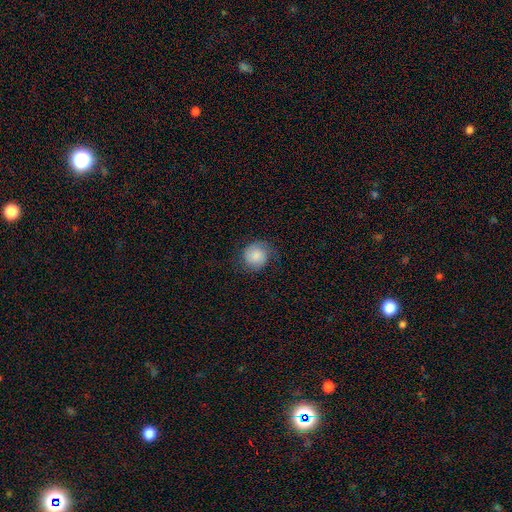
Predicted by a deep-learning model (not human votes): The model was most divided on "smooth or featured": smooth: 74%, featured or disk: 19%, star or artifact: 8%. More confident: how rounded — round (86%); merging — none (74%).